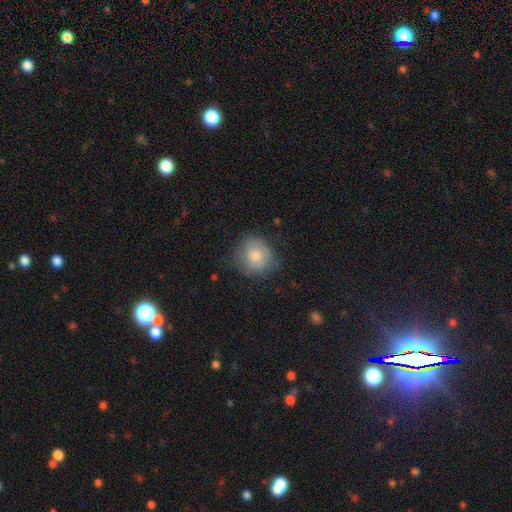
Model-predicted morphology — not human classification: smooth 74%, featured or disk 18%, star or artifact 8%. Down the decision tree: how rounded — round (77%); merging — none (65%).